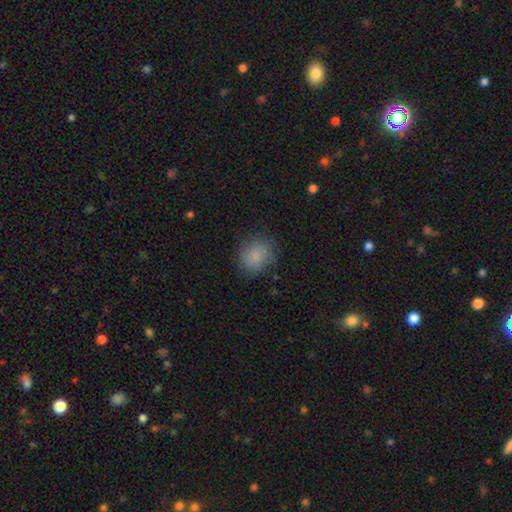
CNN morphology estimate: The model was most divided on "how rounded": round: 66%, in between: 33%, cigar-shaped: 1%. More confident: smooth or featured — smooth (83%); merging — none (77%).